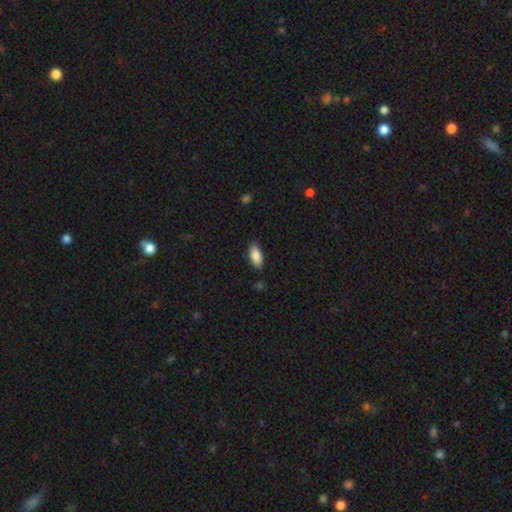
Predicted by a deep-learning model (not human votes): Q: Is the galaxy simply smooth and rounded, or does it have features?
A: smooth — 87%.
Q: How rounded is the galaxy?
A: in between — 89%.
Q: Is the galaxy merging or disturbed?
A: none — 82%.